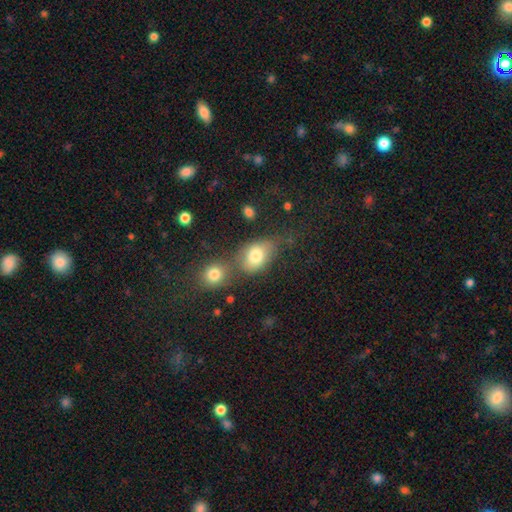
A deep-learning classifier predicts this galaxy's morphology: Smooth or featured?
  - smooth: 78% *
  - featured or disk: 12%
  - star or artifact: 10%
How rounded?
  - in between: 74% *
  - round: 24%
  - cigar-shaped: 2%
Merging?
  - none: 43% *
  - merger: 34%
  - minor disturbance: 15%
  - major disturbance: 7%